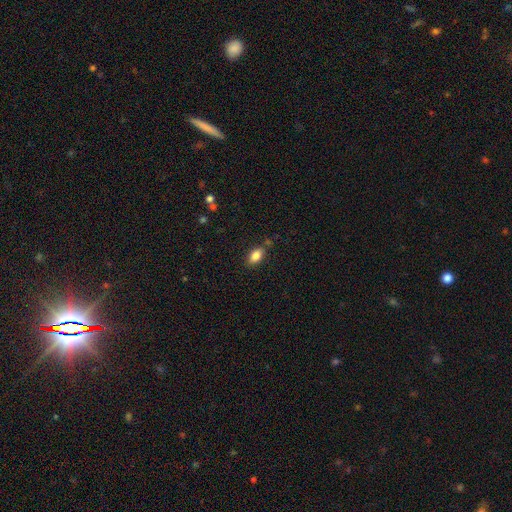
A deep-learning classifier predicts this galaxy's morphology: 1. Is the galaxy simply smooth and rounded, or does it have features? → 84% smooth, 9% star or artifact, 8% featured or disk.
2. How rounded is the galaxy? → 88% in between, 8% round, 3% cigar-shaped.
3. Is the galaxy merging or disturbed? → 80% none, 13% minor disturbance, 4% merger, 3% major disturbance.